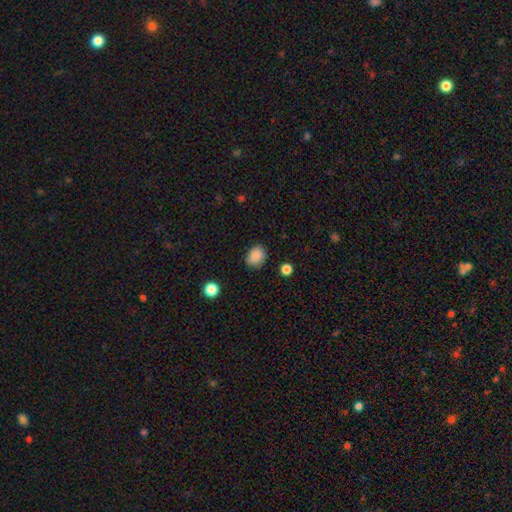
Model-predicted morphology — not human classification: Overall: smooth (87%). How rounded: in between (51%; round 48%). Merging: none (79%).